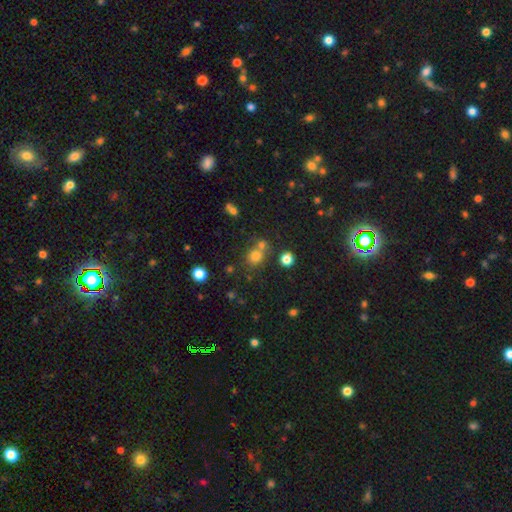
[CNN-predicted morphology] smooth_or_featured: smooth (p=0.74) [alt: star or artifact p=0.18]
how_rounded: round (p=0.74) [alt: in between p=0.24]
merging: none (p=0.58) [alt: merger p=0.28]